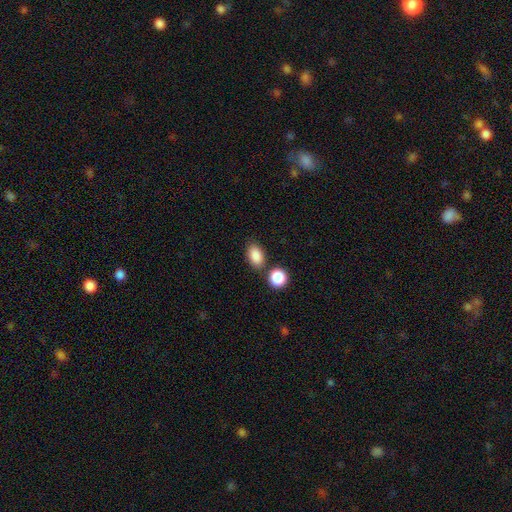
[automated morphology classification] Smooth or featured? smooth (87%)
How rounded? in between (86%)
Merging? none (75%)